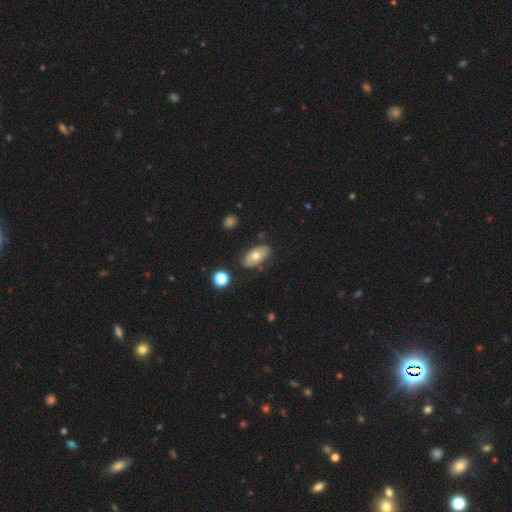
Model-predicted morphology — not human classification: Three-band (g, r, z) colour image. It shows a smooth galaxy with no disk features (58%) that is in between round and cigar-shaped (91%). Merging: none (79%).